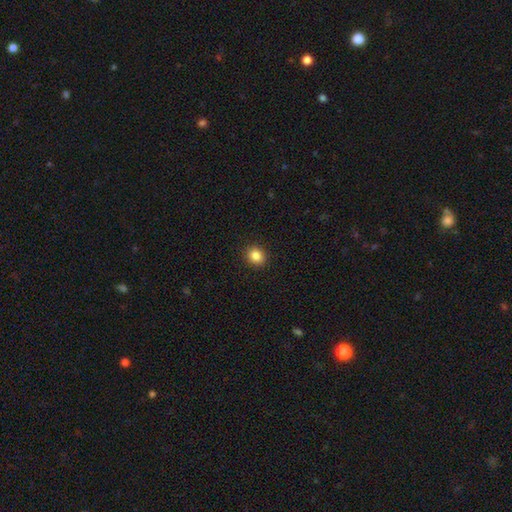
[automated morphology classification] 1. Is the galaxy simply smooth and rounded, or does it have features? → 85% smooth, 10% star or artifact, 4% featured or disk.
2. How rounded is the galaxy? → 76% round, 24% in between, 1% cigar-shaped.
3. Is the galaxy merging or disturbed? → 91% none, 6% minor disturbance, 2% major disturbance, 1% merger.